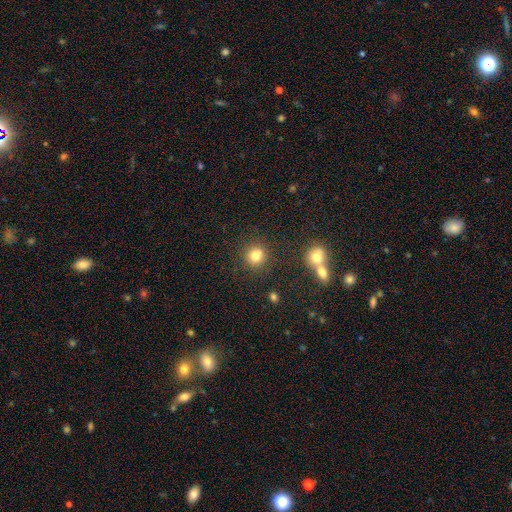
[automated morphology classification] Overall: smooth (79%). How rounded: round (86%). Merging: none (77%).